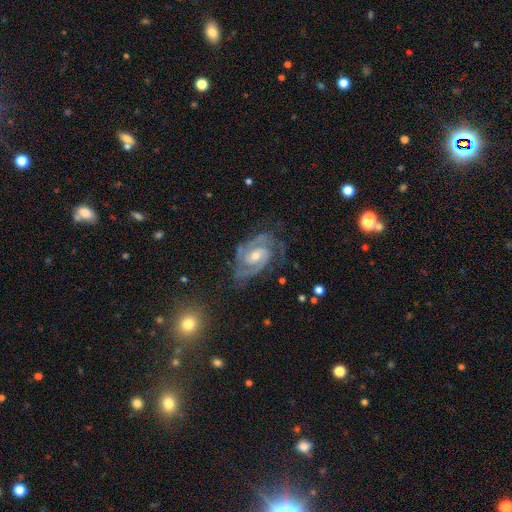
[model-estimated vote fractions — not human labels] Smooth or featured? featured or disk (90%)
Edge-on disk? no (97%)
Bar? weak (49%)
Spiral arms? yes (98%)
Spiral winding? tight (53%)
Spiral arm count? 2 (76%)
Bulge size? moderate (51%)
Merging? none (70%)